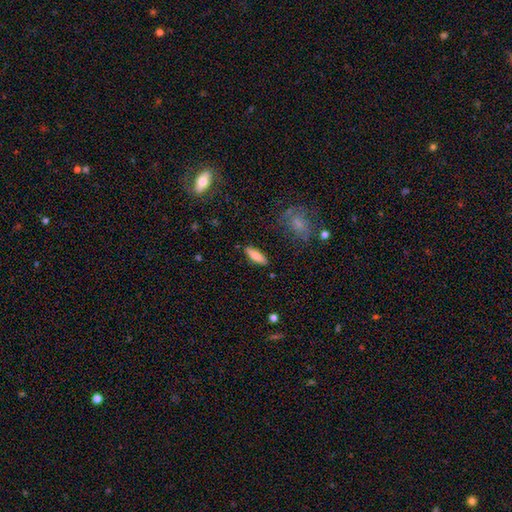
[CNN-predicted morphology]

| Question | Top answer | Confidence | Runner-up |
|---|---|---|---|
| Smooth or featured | smooth | 79% | featured or disk (15%) |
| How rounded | in between | 54% | cigar-shaped (44%) |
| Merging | none | 86% | minor disturbance (10%) |